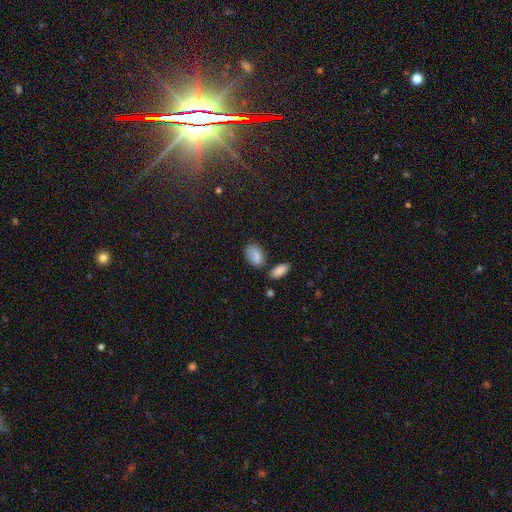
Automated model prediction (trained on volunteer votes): Smooth or featured: smooth — 84% (star or artifact — 9%)
How rounded: in between — 89% (round — 9%)
Merging: none — 64% (minor disturbance — 19%)